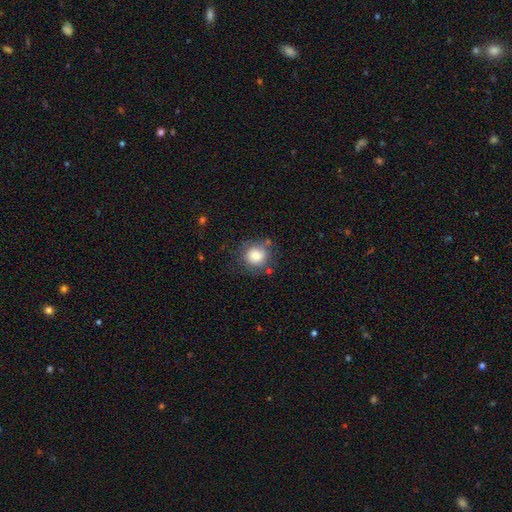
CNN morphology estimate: smooth 79%, featured or disk 12%, star or artifact 9%. Down the decision tree: how rounded — round (84%); merging — none (70%).